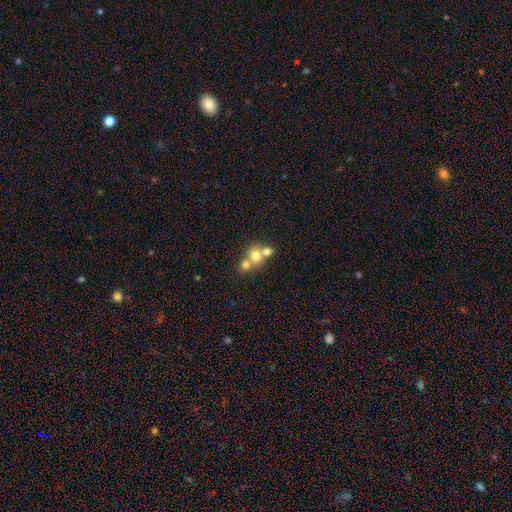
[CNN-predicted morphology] A smooth galaxy with no disk features (67%) that is round (74%).

Vote fractions:
- Smooth or featured? smooth: 67% / featured or disk: 20% / star or artifact: 12%
- How rounded? round: 74% / in between: 25% / cigar-shaped: 1%
- Merging? merger: 62% / none: 30% / minor disturbance: 5% / major disturbance: 3%